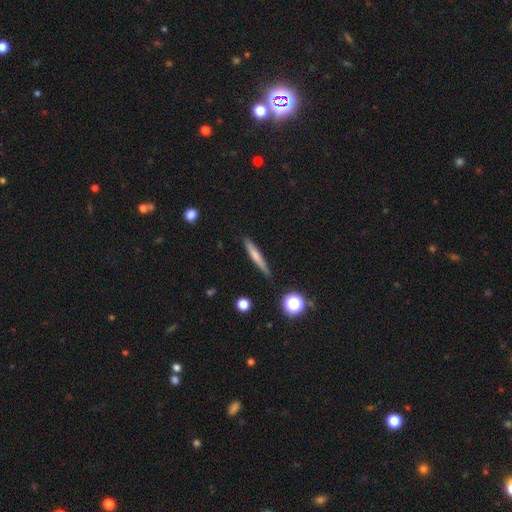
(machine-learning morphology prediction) smooth-or-featured: smooth: 59% | featured or disk: 33% | star or artifact: 8%
  how-rounded: cigar-shaped: 94% | in between: 4% | round: 2%
  merging: none: 86% | minor disturbance: 10% | major disturbance: 2% | merger: 2%